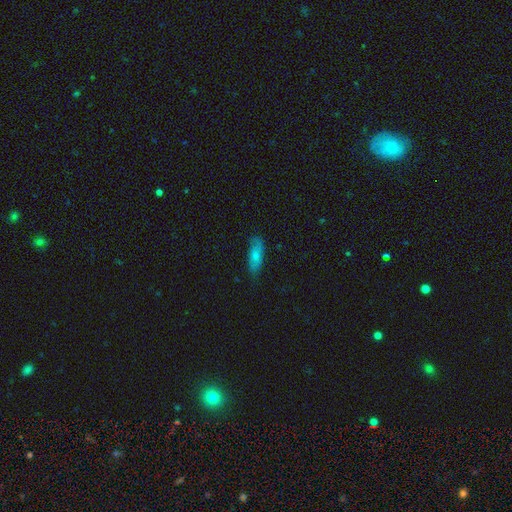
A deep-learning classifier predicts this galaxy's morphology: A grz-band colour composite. It shows a smooth galaxy with no disk features (70%) that is in between round and cigar-shaped (65%). Merging: none (72%).